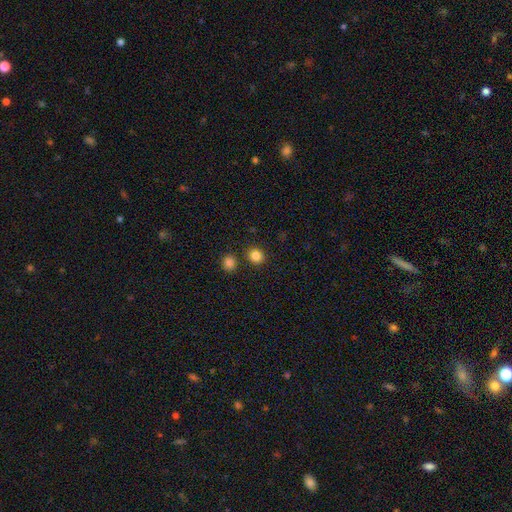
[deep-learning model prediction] Smooth or featured: smooth — 85% (star or artifact — 11%)
How rounded: round — 87% (in between — 12%)
Merging: none — 87% (minor disturbance — 6%)